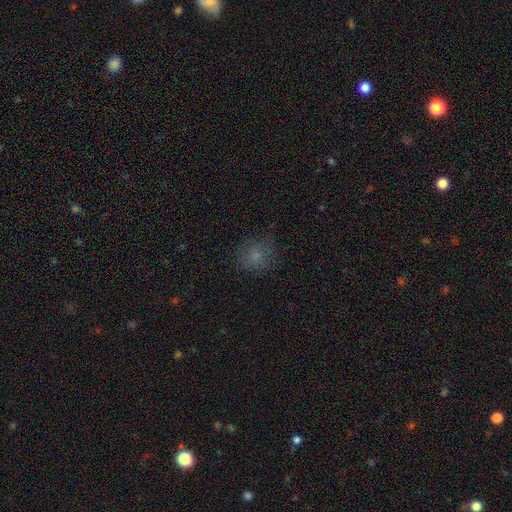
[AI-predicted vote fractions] Smooth or featured? smooth (74%)
How rounded? round (73%)
Merging? none (74%)